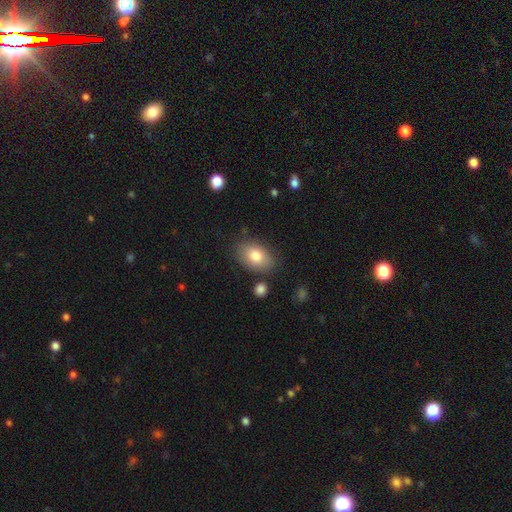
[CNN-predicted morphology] A smooth galaxy with no disk features (80%) that is in between round and cigar-shaped (87%).

Vote fractions:
- Smooth or featured? smooth: 80% / featured or disk: 12% / star or artifact: 7%
- How rounded? in between: 87% / round: 12% / cigar-shaped: 1%
- Merging? none: 80% / minor disturbance: 13% / merger: 4% / major disturbance: 4%